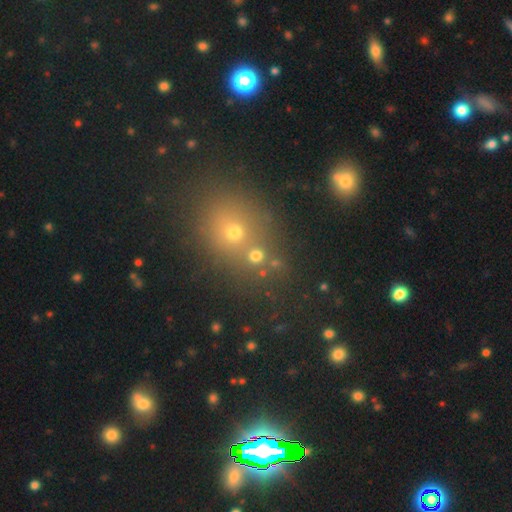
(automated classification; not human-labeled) Smooth or featured: smooth — 64% (star or artifact — 26%)
How rounded: round — 85% (in between — 14%)
Merging: none — 59% (merger — 29%)